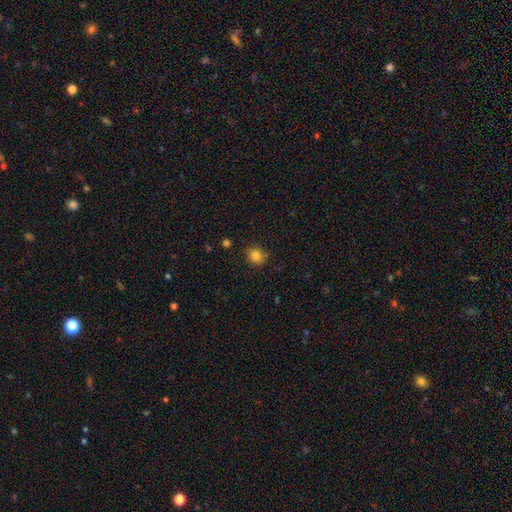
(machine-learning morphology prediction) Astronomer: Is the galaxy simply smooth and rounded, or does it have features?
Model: smooth — 83%.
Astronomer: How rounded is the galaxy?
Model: round — 84%.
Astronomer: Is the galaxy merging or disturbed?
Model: none — 83%.